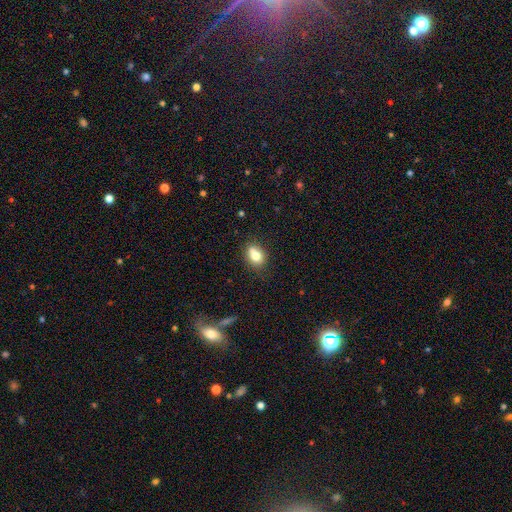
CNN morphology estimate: Overall: smooth (75%). How rounded: in between (55%; round 44%). Merging: none (58%; merger 20%).